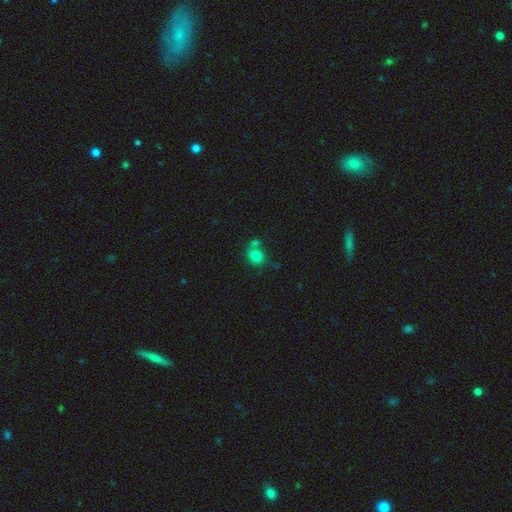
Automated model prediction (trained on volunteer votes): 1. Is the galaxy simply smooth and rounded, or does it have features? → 80% smooth, 12% star or artifact, 8% featured or disk.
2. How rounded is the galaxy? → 64% round, 35% in between, 1% cigar-shaped.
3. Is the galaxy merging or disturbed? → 50% none, 33% merger, 12% minor disturbance, 5% major disturbance.